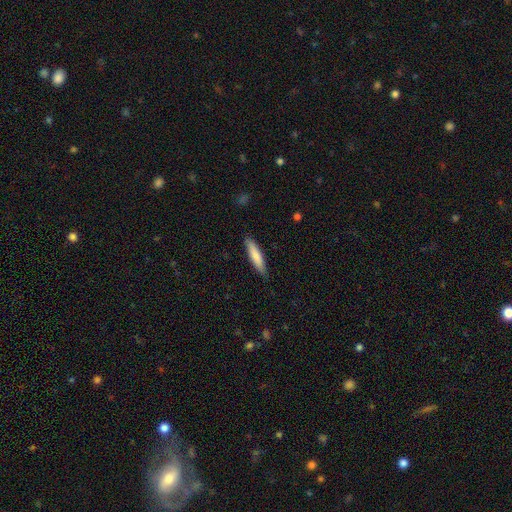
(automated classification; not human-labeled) A smooth galaxy with no disk features (78%) that is cigar-shaped (84%). Merging: none (87%).